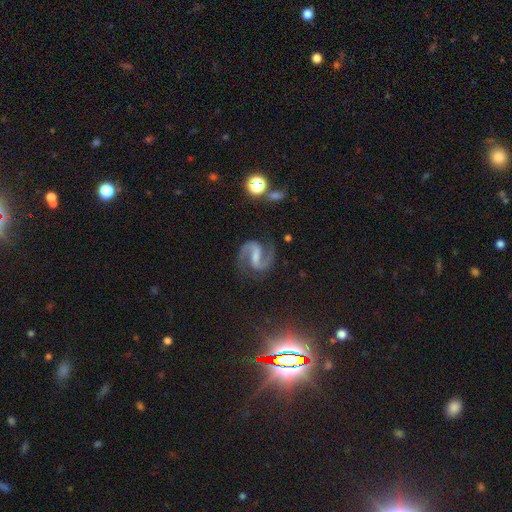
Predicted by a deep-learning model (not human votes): A featured or disk galaxy (91%) with a strong bar (52%), 2 (95%) medium (65%) spiral arms (98%) and no central bulge (39%). Merging: none (82%).